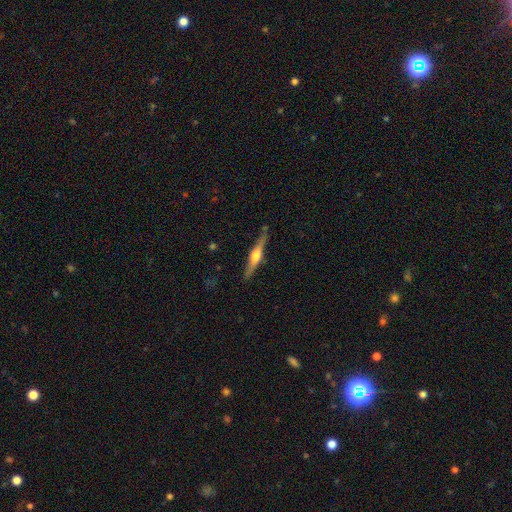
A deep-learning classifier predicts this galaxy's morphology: Smooth or featured: featured or disk — 73% (smooth — 21%)
Edge-on disk: yes — 98% (no — 2%)
Edge-on bulge: rounded — 91% (boxy — 7%)
Merging: none — 85% (minor disturbance — 11%)